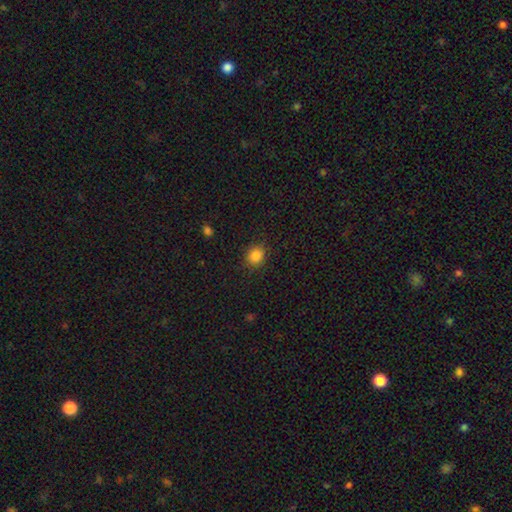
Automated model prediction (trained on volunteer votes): Morphology: type=smooth (85%); roundness=round (77%); merging=none (88%).